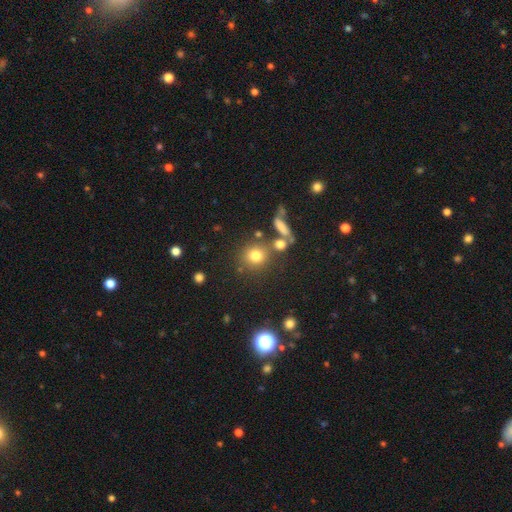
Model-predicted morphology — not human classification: This appears to be a smooth galaxy with no disk features (74%) that is round (84%). Merging: none (67%).